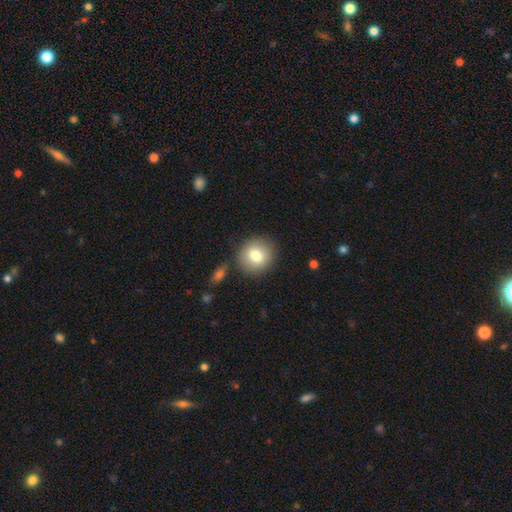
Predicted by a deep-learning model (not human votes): smooth-or-featured: smooth: 79% | featured or disk: 12% | star or artifact: 9%
  how-rounded: round: 87% | in between: 12% | cigar-shaped: 1%
  merging: none: 84% | minor disturbance: 9% | merger: 4% | major disturbance: 3%